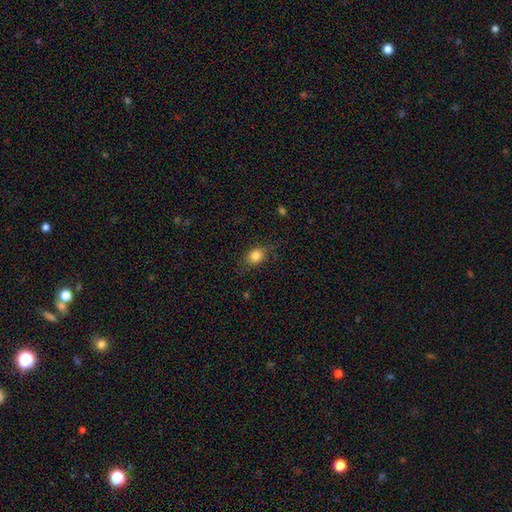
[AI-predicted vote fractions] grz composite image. It shows a smooth galaxy with no disk features (83%) that is in between round and cigar-shaped (60%). Merging: none (78%).